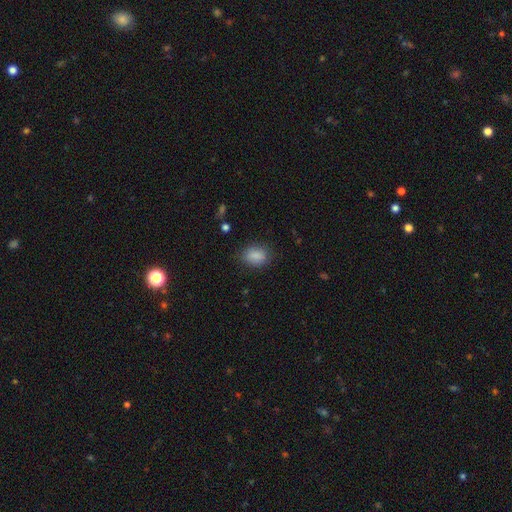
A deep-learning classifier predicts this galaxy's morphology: This is clearly a smooth galaxy (86%). How rounded: likely in between (76%). Merging: likely none (79%).